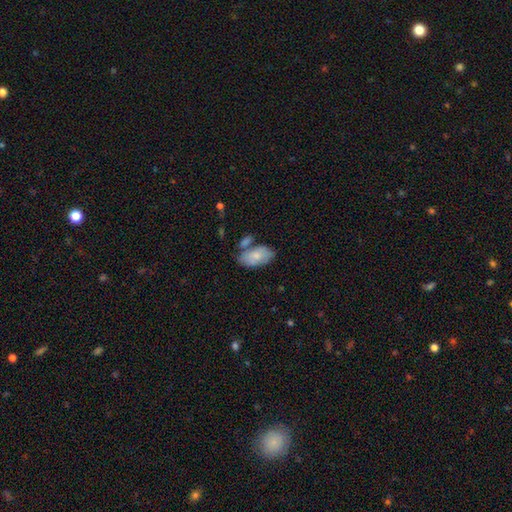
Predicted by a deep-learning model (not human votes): smooth-or-featured: smooth: 75% | featured or disk: 19% | star or artifact: 6%
  how-rounded: in between: 93% | round: 4% | cigar-shaped: 2%
  merging: none: 54% | merger: 22% | minor disturbance: 19% | major disturbance: 5%